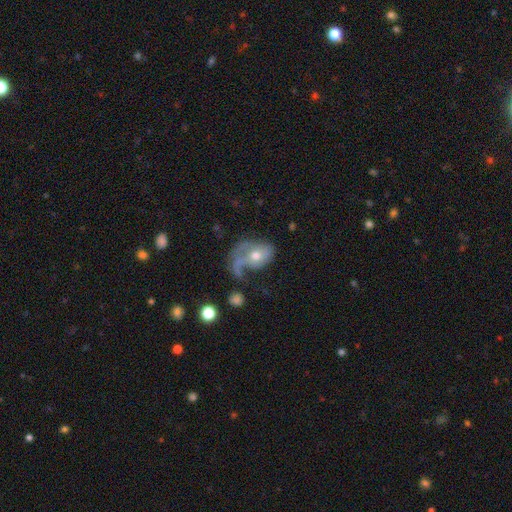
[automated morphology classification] Smooth or featured? Predicted: featured or disk (p=0.62). Edge-on disk? Predicted: no (p=0.96). Bar? Predicted: no (p=0.72). Spiral arms? Predicted: yes (p=0.72). Bulge size? Predicted: moderate (p=0.66). Merging? Predicted: major disturbance (p=0.43).